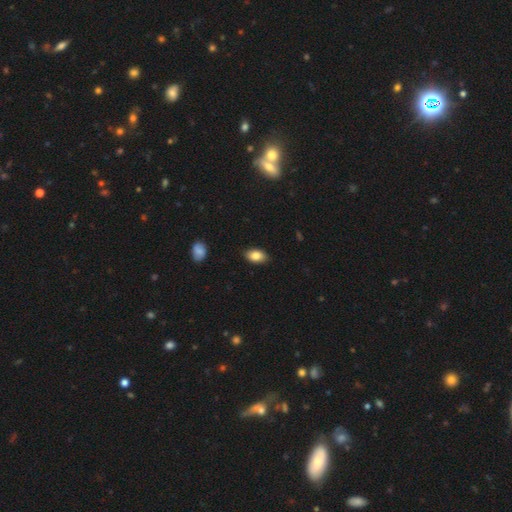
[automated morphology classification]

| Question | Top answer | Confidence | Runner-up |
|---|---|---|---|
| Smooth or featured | smooth | 84% | featured or disk (8%) |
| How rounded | in between | 91% | round (7%) |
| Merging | none | 86% | minor disturbance (10%) |